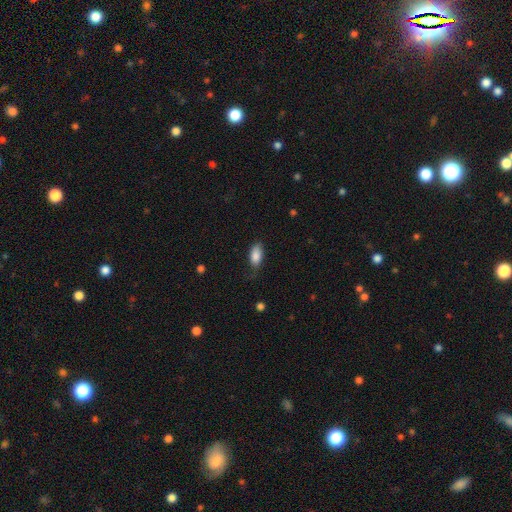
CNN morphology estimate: Q: Smooth or featured?
A: smooth (86%); runner-up: featured or disk (7%)
Q: How rounded?
A: in between (91%); runner-up: cigar-shaped (5%)
Q: Merging?
A: none (61%); runner-up: minor disturbance (28%)